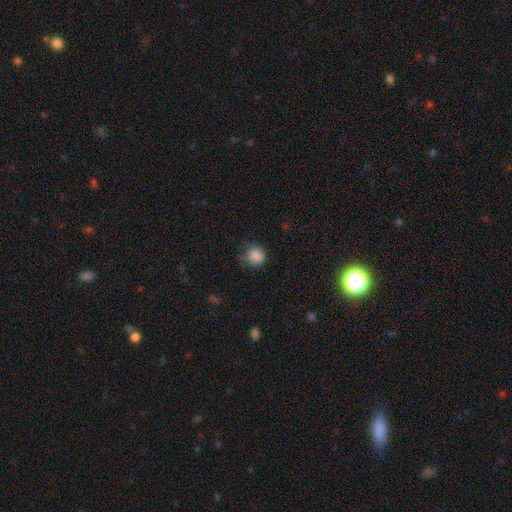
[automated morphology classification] Smooth or featured: smooth — 87% (star or artifact — 10%)
How rounded: round — 92% (in between — 7%)
Merging: none — 74% (minor disturbance — 19%)